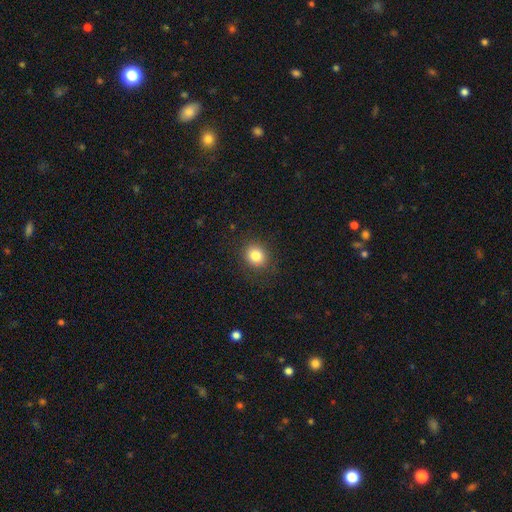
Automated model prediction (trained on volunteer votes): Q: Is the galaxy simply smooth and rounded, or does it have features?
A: smooth — 83%.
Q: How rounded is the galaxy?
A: round — 80%.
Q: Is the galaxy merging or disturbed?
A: none — 86%.